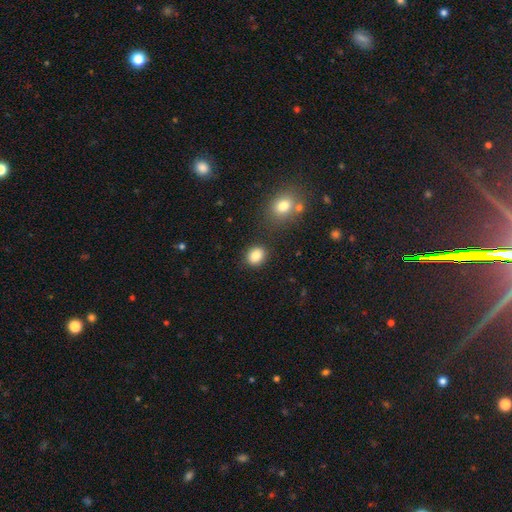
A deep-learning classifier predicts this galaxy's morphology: Smooth or featured? Predicted: smooth (p=0.84). How rounded? Predicted: round (p=0.59). Merging? Predicted: none (p=0.85).